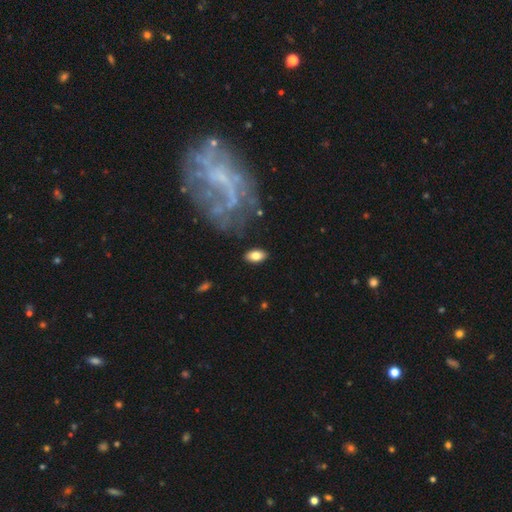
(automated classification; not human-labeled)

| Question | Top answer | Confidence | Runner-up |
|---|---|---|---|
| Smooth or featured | smooth | 79% | featured or disk (13%) |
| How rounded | in between | 92% | round (5%) |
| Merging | none | 85% | minor disturbance (10%) |